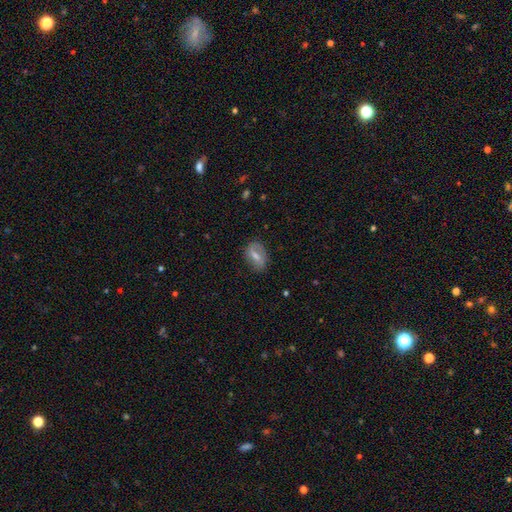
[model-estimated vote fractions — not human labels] Smooth or featured? featured or disk (51%)
Edge-on disk? no (92%)
Merging? none (78%)